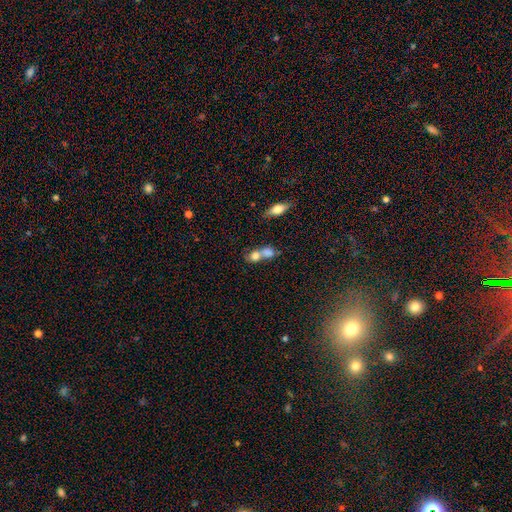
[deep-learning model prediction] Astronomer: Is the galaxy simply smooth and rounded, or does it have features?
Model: smooth — 73%.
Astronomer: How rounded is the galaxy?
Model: in between — 50% (runner-up: round, 45%).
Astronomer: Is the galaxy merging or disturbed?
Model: merger — 67%.